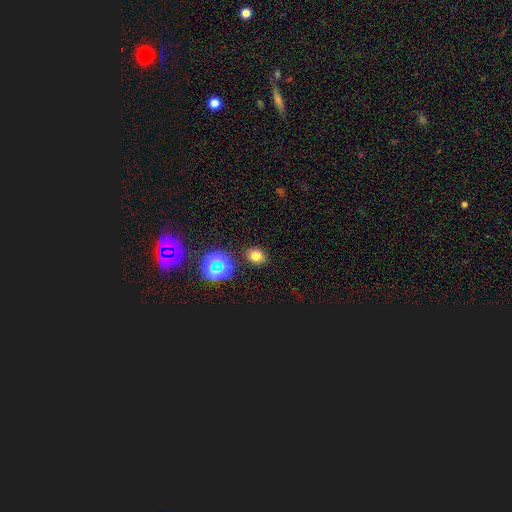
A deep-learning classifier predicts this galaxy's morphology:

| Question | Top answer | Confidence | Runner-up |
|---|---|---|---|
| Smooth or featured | smooth | 72% | star or artifact (21%) |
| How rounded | round | 52% | in between (47%) |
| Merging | none | 87% | minor disturbance (8%) |